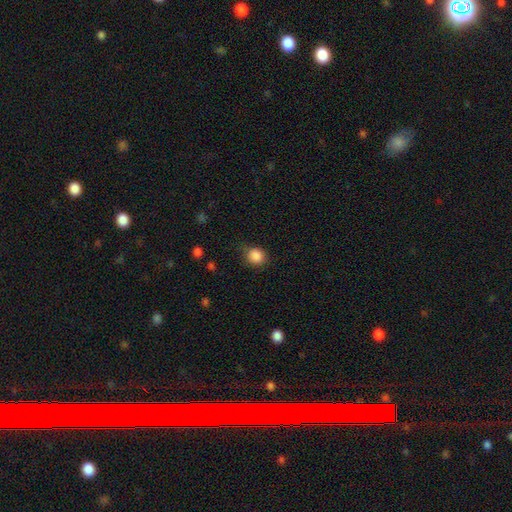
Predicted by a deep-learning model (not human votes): smooth_or_featured: smooth (p=0.87) [alt: star or artifact p=0.09]
how_rounded: round (p=0.73) [alt: in between p=0.26]
merging: none (p=0.72) [alt: minor disturbance p=0.21]